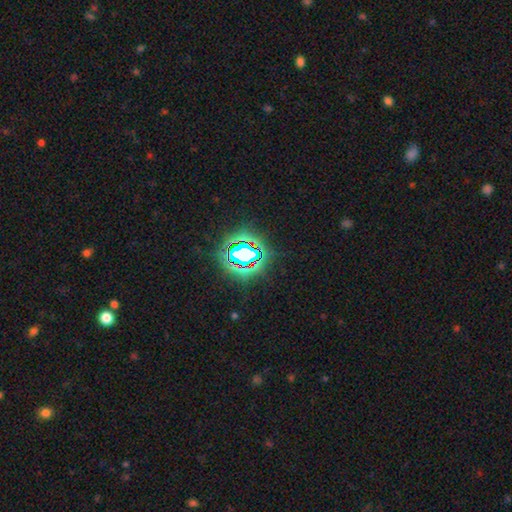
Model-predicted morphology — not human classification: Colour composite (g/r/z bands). It shows a star or artifact, not a galaxy (81%).